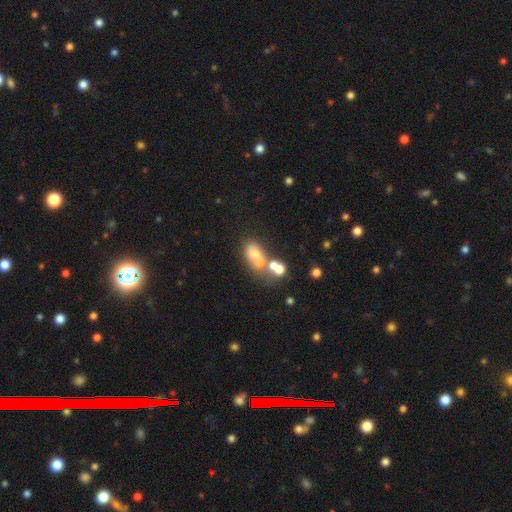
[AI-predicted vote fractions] smooth-or-featured: smooth: 57% | featured or disk: 29% | star or artifact: 14%
  how-rounded: in between: 78% | round: 19% | cigar-shaped: 4%
  merging: merger: 40% | none: 30% | minor disturbance: 16% | major disturbance: 14%